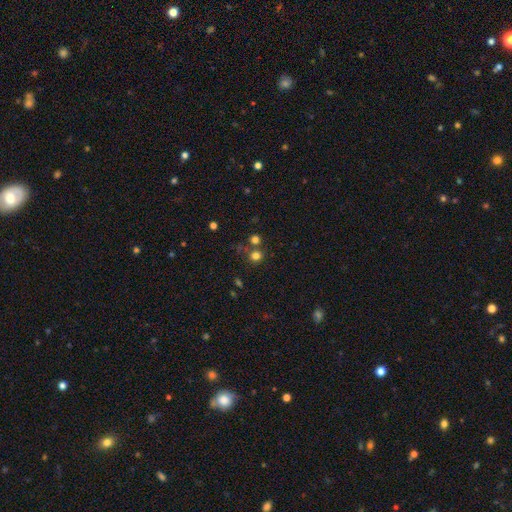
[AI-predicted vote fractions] Smooth or featured? Predicted: smooth (p=0.74). How rounded? Predicted: round (p=0.88). Merging? Predicted: none (p=0.66).